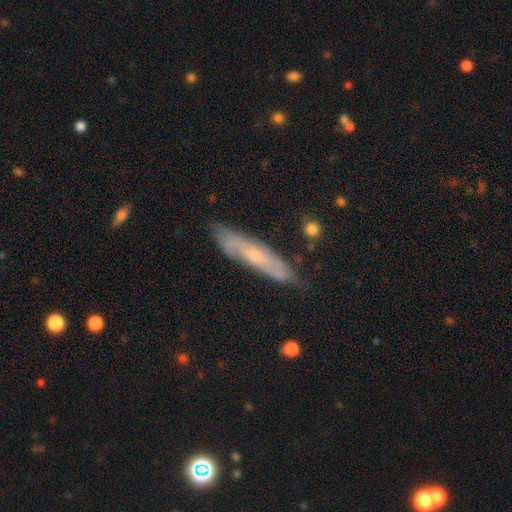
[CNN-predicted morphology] Overall: featured or disk (62%; smooth 31%). Edge-on disk: yes (52%; no 48%). Merging: none (80%).